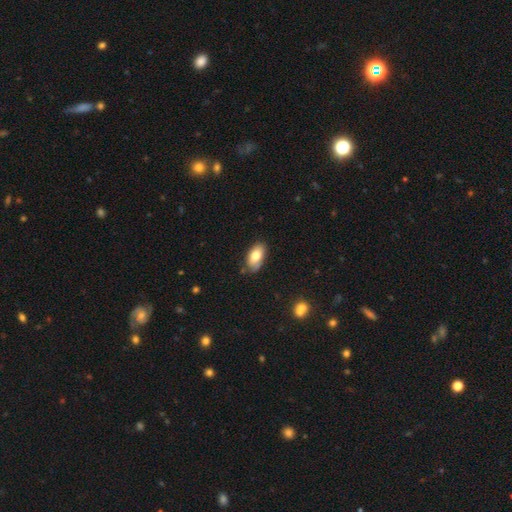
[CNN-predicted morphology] Smooth or featured? smooth (75%)
How rounded? in between (93%)
Merging? none (70%)